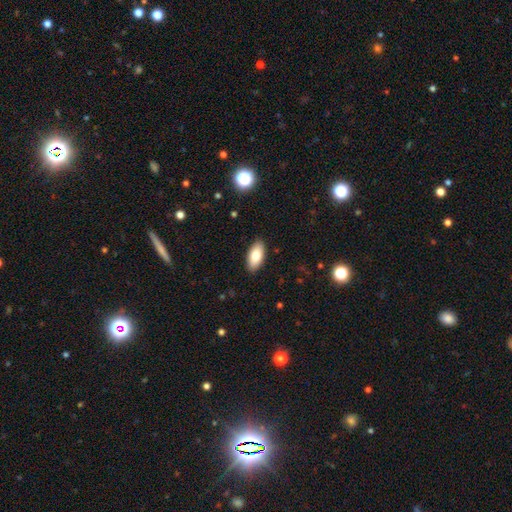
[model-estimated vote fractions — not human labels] Overall: smooth (82%). How rounded: in between (91%). Merging: none (89%).